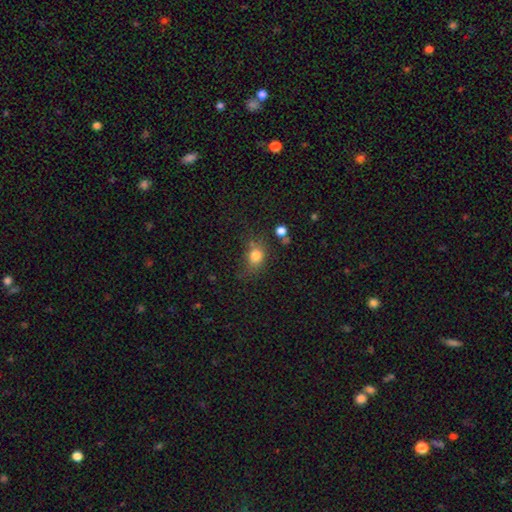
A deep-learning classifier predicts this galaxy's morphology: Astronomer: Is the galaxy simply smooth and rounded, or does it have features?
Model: smooth — 79%.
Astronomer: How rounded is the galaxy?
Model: round — 51% (runner-up: in between, 47%).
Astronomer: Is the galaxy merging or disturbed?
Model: none — 61%.